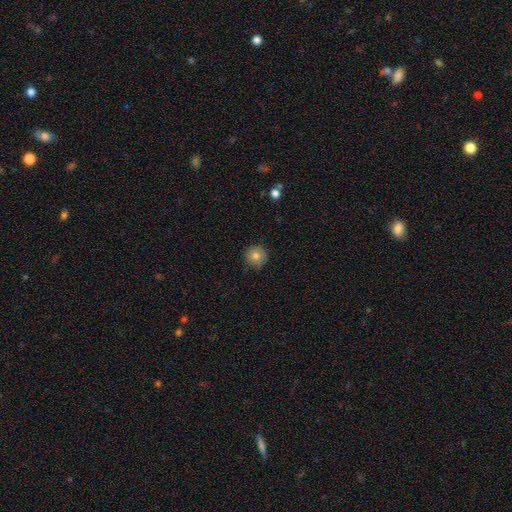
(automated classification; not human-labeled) A smooth galaxy with no disk features (78%) that is round (95%). Merging: none (84%).